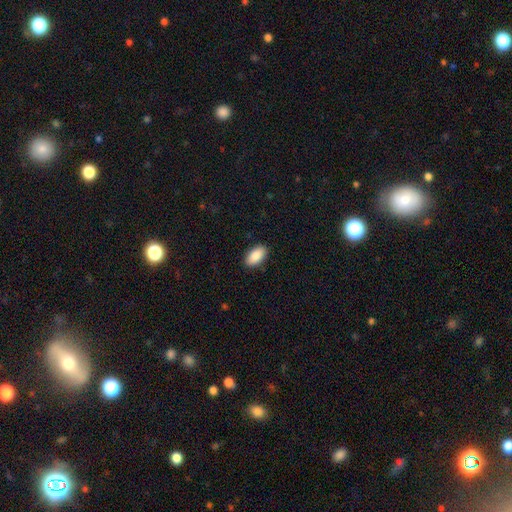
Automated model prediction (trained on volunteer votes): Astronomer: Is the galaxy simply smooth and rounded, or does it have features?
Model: smooth — 89%.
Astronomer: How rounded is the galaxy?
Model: in between — 94%.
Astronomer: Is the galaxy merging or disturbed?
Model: none — 89%.